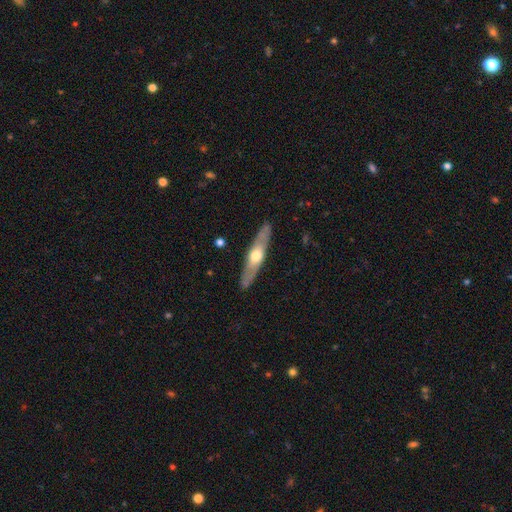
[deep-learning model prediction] smooth_or_featured: featured or disk (p=0.58) [alt: smooth p=0.37]
disk_edge_on: yes (p=0.86) [alt: no p=0.14]
merging: none (p=0.88) [alt: minor disturbance p=0.08]